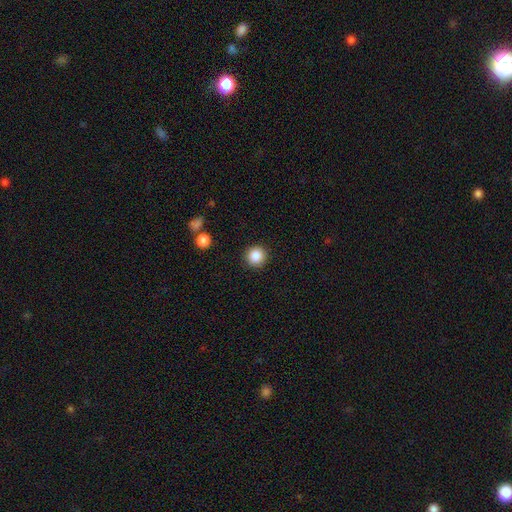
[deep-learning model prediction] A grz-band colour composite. It shows a smooth galaxy with no disk features (86%) that is round (95%). Merging: none (91%).